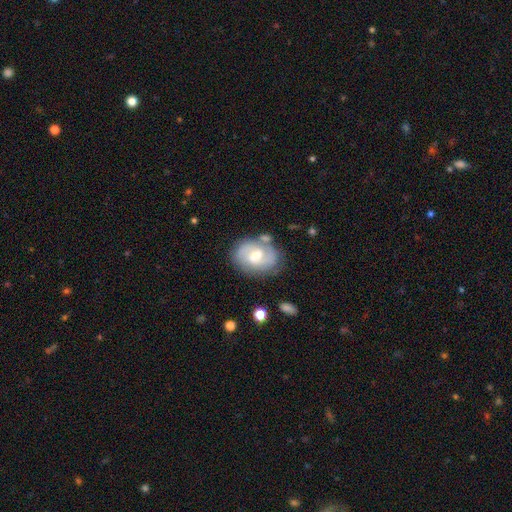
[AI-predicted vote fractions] Smooth or featured?
  - featured or disk: 71% *
  - smooth: 23%
  - star or artifact: 6%
Edge-on disk?
  - no: 97% *
  - yes: 3%
Bar?
  - weak: 53% *
  - no: 34%
  - strong: 12%
Spiral arms?
  - yes: 86% *
  - no: 14%
Spiral winding?
  - medium: 46% *
  - tight: 36%
  - loose: 18%
Spiral arm count?
  - 2: 72% *
  - can't tell: 16%
  - 3: 6%
  - 1: 4%
  - 4: 1%
  - more than 4: 1%
Bulge size?
  - moderate: 67% *
  - small: 26%
  - large: 5%
  - none: 1%
  - dominant: 1%
Merging?
  - none: 66% *
  - minor disturbance: 19%
  - merger: 8%
  - major disturbance: 7%